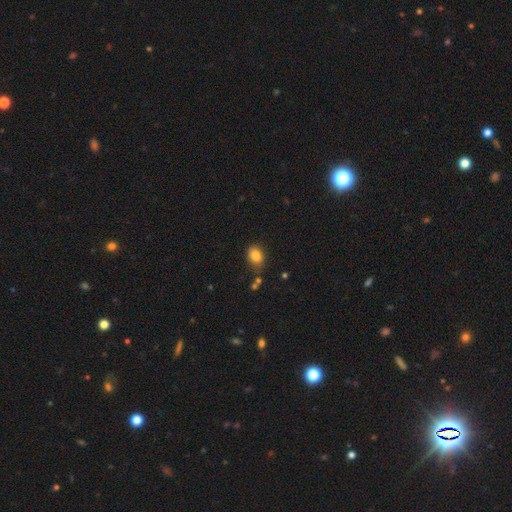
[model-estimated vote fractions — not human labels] Smooth or featured: smooth — 84% (star or artifact — 10%)
How rounded: in between — 71% (round — 28%)
Merging: none — 74% (minor disturbance — 17%)